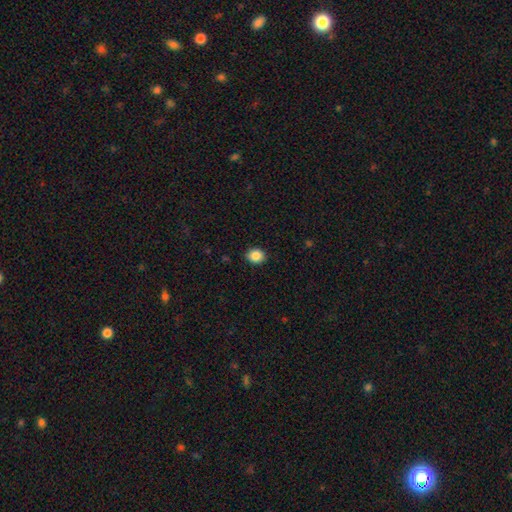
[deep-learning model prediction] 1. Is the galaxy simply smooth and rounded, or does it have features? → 87% smooth, 9% star or artifact, 4% featured or disk.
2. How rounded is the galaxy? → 64% round, 35% in between, 1% cigar-shaped.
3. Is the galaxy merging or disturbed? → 90% none, 7% minor disturbance, 2% major disturbance, 1% merger.